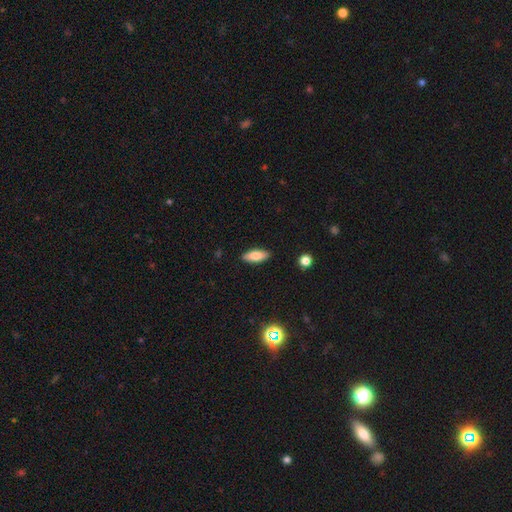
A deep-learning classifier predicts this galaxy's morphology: type=smooth (79%); roundness=in between (76%); merging=none (89%).